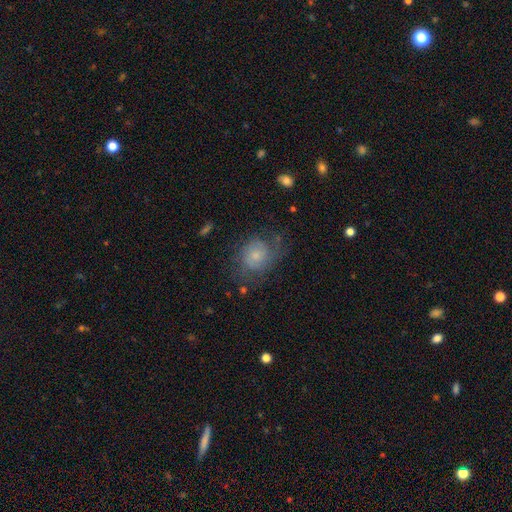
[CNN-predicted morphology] smooth_or_featured: featured or disk (p=0.48) [alt: smooth p=0.41]
merging: none (p=0.56) [alt: minor disturbance p=0.24]